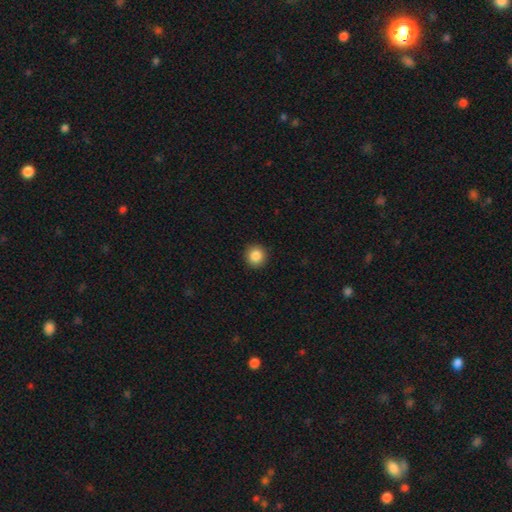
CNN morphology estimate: Smooth or featured? smooth (86%)
How rounded? round (93%)
Merging? none (92%)